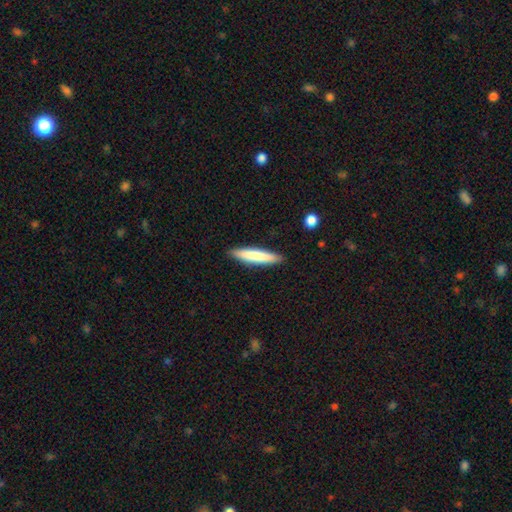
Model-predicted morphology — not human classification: smooth_or_featured: smooth (p=0.79) [alt: featured or disk p=0.16]
how_rounded: cigar-shaped (p=0.88) [alt: in between p=0.11]
merging: none (p=0.90) [alt: minor disturbance p=0.08]